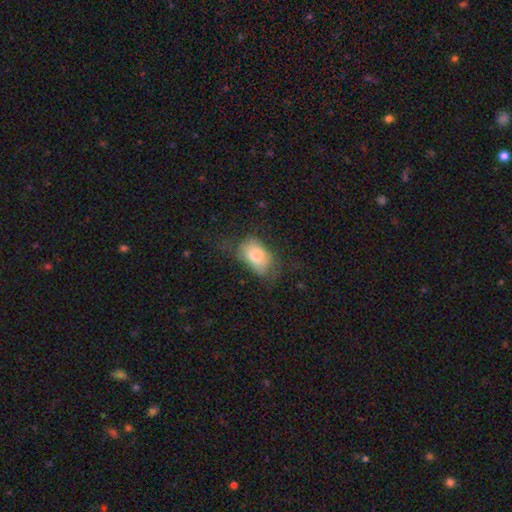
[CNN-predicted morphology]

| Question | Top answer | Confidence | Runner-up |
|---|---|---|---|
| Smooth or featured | smooth | 74% | featured or disk (18%) |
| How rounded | in between | 87% | round (12%) |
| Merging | none | 48% | minor disturbance (29%) |